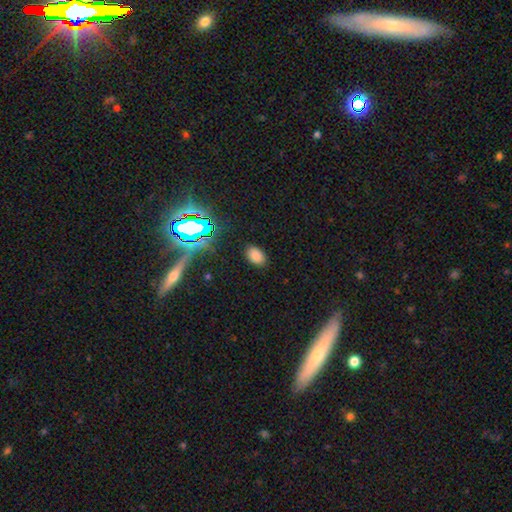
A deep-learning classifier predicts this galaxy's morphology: Smooth or featured: smooth — 76% (star or artifact — 18%)
How rounded: in between — 86% (round — 13%)
Merging: none — 87% (minor disturbance — 9%)